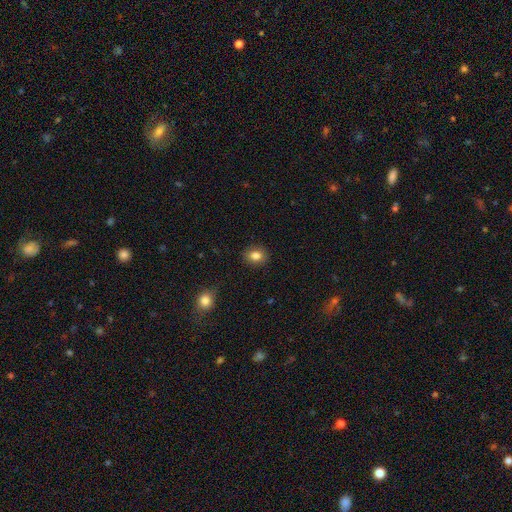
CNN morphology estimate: smooth-or-featured: smooth: 83% | star or artifact: 10% | featured or disk: 7%
  how-rounded: round: 57% | in between: 42% | cigar-shaped: 1%
  merging: none: 89% | minor disturbance: 8% | major disturbance: 2% | merger: 1%